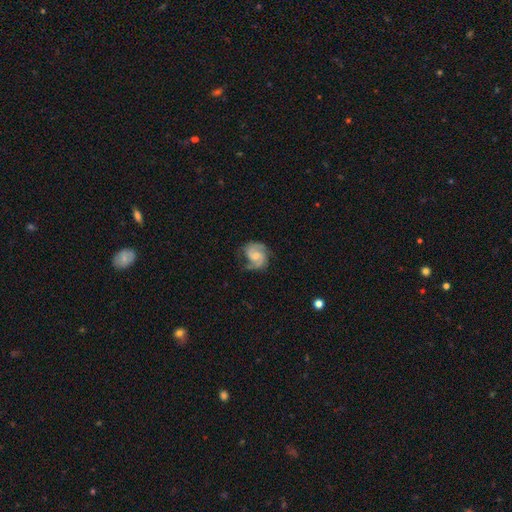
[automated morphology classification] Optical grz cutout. It shows a featured or disk galaxy (81%) with no bar (51%), 2 (84%) medium (52%) spiral arms (96%) and a moderate central bulge (45%). Merging: none (68%).